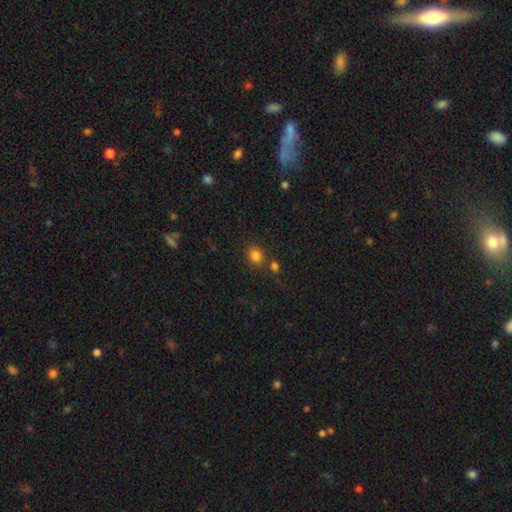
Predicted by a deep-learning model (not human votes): Morphology: type=smooth (80%); roundness=round (76%); merging=none (71%).